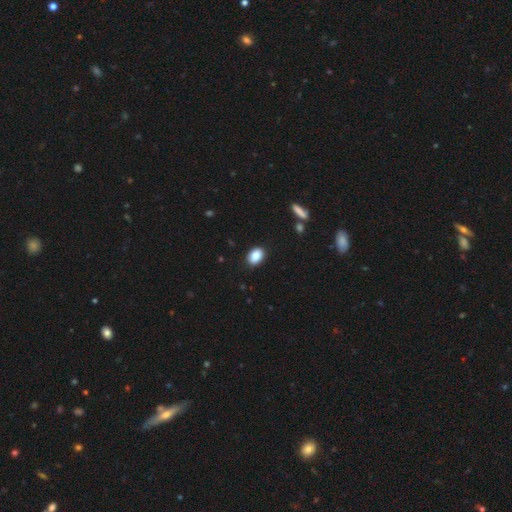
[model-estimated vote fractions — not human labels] smooth 85%, star or artifact 8%, featured or disk 7%. Down the decision tree: how rounded — in between (80%); merging — none (90%).